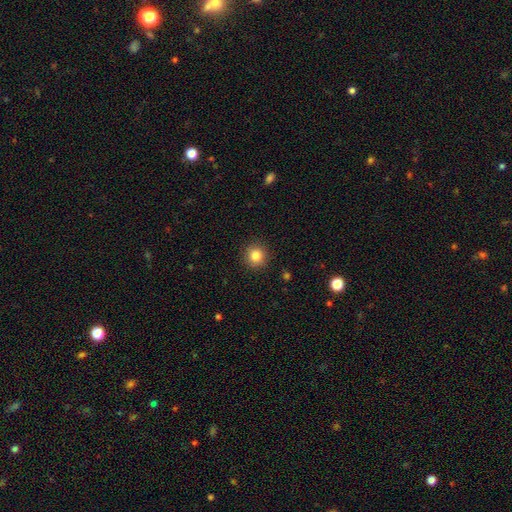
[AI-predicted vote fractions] This is clearly a smooth galaxy (84%). How rounded: clearly round (94%). Merging: clearly none (91%).